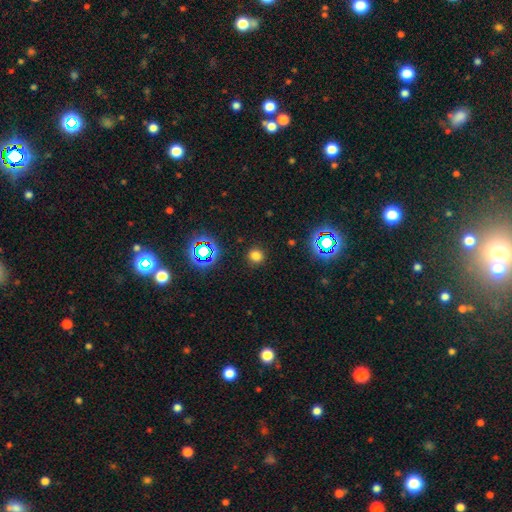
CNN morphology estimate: A smooth galaxy with no disk features (74%) that is round (91%).

Vote fractions:
- Smooth or featured? smooth: 74% / star or artifact: 22% / featured or disk: 5%
- How rounded? round: 91% / in between: 8% / cigar-shaped: 1%
- Merging? none: 90% / minor disturbance: 6% / major disturbance: 3% / merger: 1%